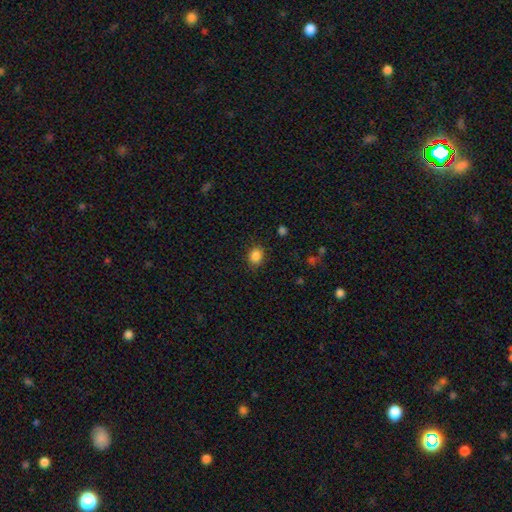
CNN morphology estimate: smooth-or-featured: smooth: 86% | star or artifact: 10% | featured or disk: 3%
  how-rounded: round: 55% | in between: 44% | cigar-shaped: 1%
  merging: none: 85% | minor disturbance: 11% | major disturbance: 3% | merger: 1%